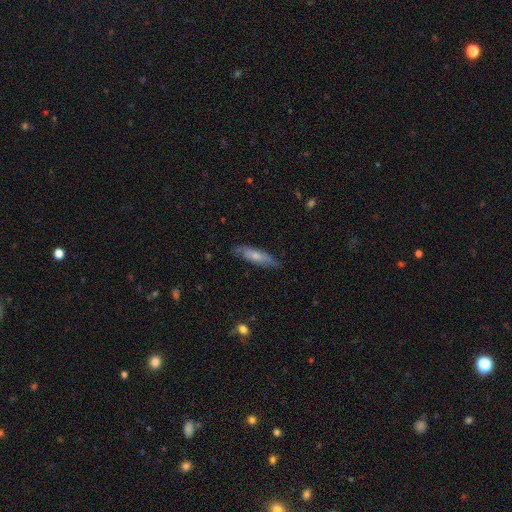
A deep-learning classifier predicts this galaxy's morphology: smooth-or-featured: smooth: 57% | featured or disk: 37% | star or artifact: 6%
  how-rounded: cigar-shaped: 62% | in between: 36% | round: 2%
  merging: none: 74% | minor disturbance: 20% | major disturbance: 4% | merger: 1%